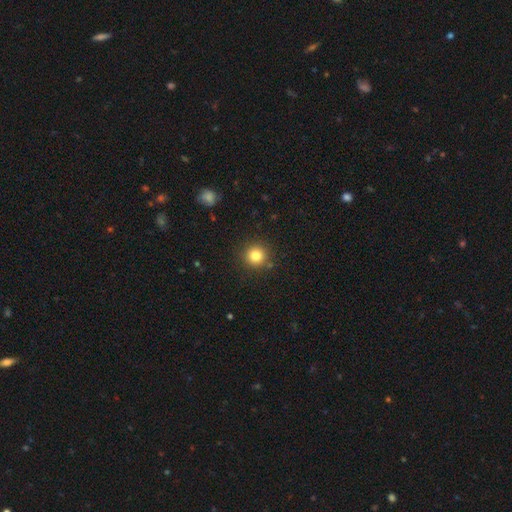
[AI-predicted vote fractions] A smooth galaxy with no disk features (81%) that is round (94%). Merging: none (90%).